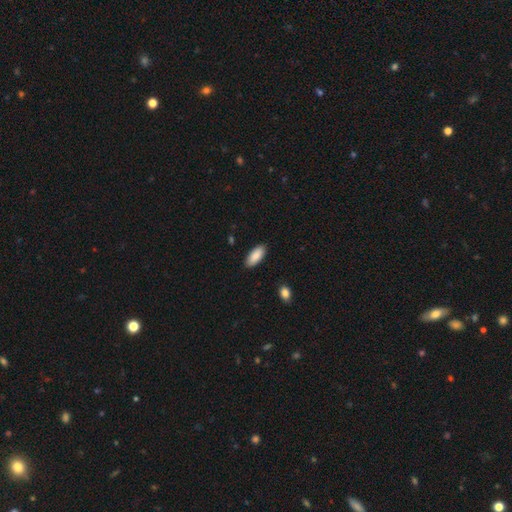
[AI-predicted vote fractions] Overall: smooth (89%). How rounded: in between (85%). Merging: none (88%).